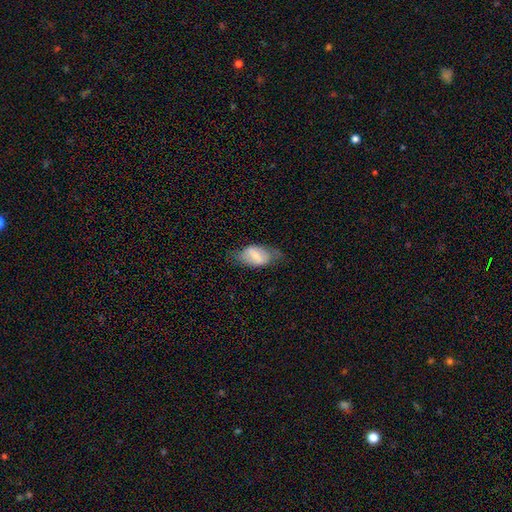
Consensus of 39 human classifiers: Smooth or featured? 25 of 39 (64%) said smooth. How rounded? 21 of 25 (84%) said in between. Merging? 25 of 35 (71%) said none.